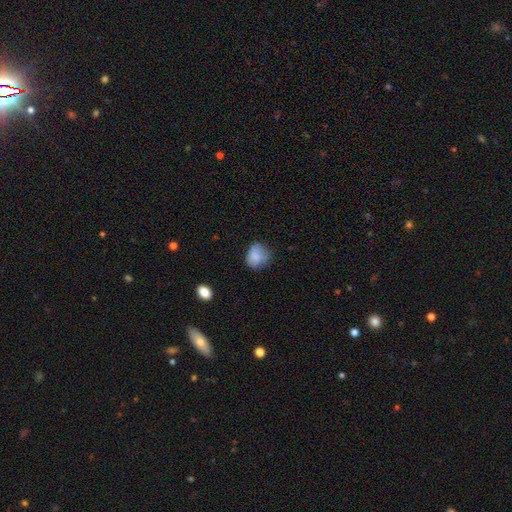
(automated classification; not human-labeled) Overall: smooth (81%). How rounded: round (66%; in between 33%). Merging: none (58%; minor disturbance 31%).